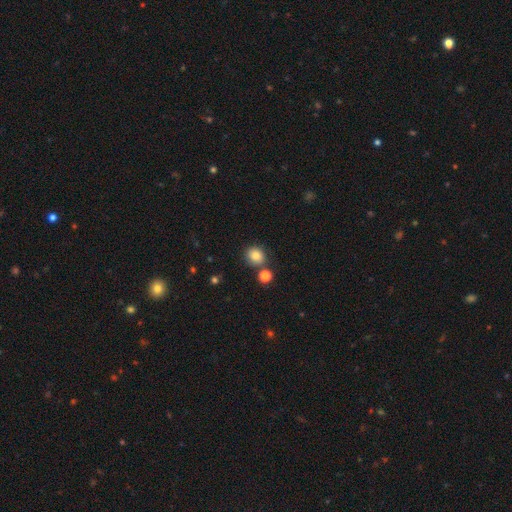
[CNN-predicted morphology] smooth 82%, star or artifact 12%, featured or disk 7%. Down the decision tree: how rounded — round (82%); merging — none (76%).